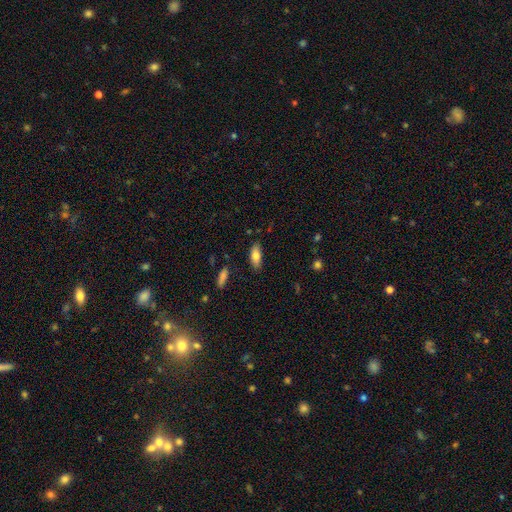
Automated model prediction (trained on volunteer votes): smooth_or_featured: smooth (p=0.79) [alt: featured or disk p=0.14]
how_rounded: in between (p=0.78) [alt: cigar-shaped p=0.20]
merging: none (p=0.82) [alt: minor disturbance p=0.14]